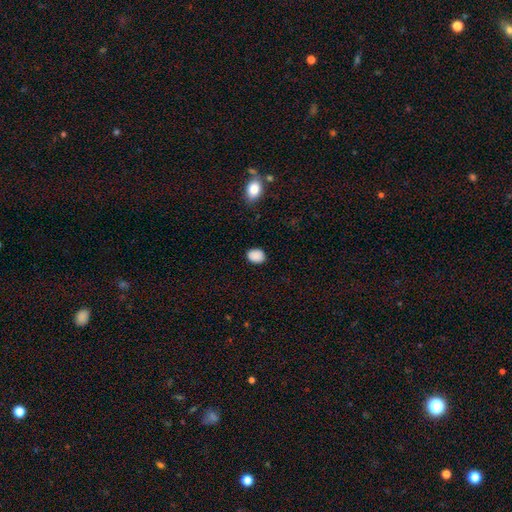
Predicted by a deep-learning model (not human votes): Morphology: type=smooth (88%); roundness=in between (57%); merging=none (85%).